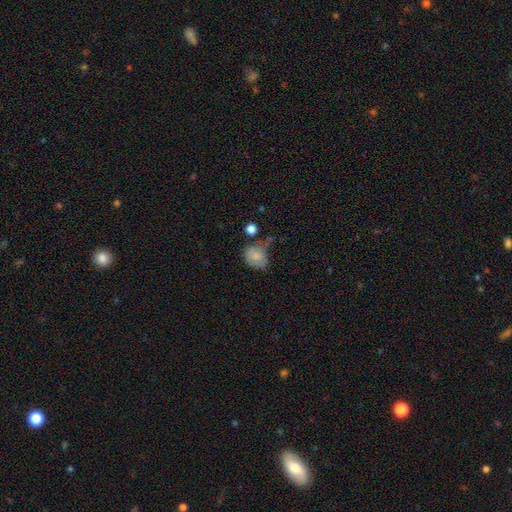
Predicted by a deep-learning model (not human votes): A smooth galaxy with no disk features (72%) that is round (56%).

Vote fractions:
- Smooth or featured? smooth: 72% / featured or disk: 19% / star or artifact: 9%
- How rounded? round: 56% / in between: 43% / cigar-shaped: 1%
- Merging? none: 42% / minor disturbance: 33% / major disturbance: 15% / merger: 10%